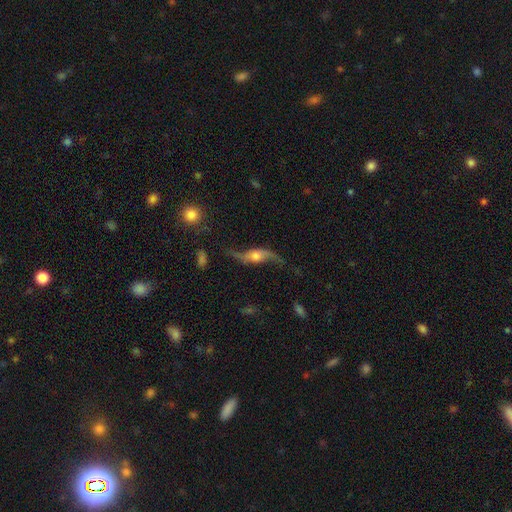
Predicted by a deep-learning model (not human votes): featured or disk 83%, smooth 11%, star or artifact 6%. Down the decision tree: edge-on disk — no (84%); bar — no (61%); spiral arms — yes (94%); spiral arm count — 2 (93%); spiral winding — loose (94%); bulge size — moderate (51%); merging — none (64%).